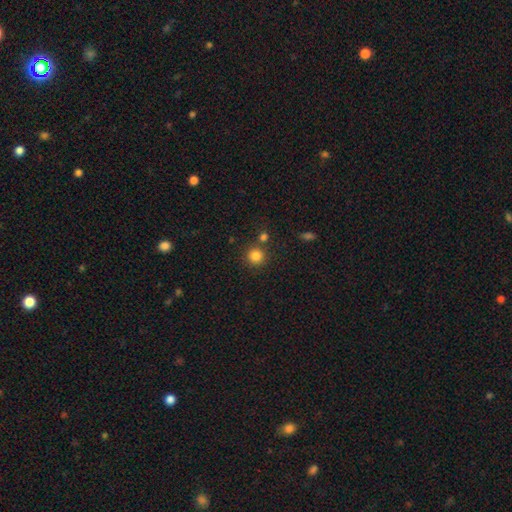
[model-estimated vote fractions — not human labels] Smooth or featured? Predicted: smooth (p=0.83). How rounded? Predicted: round (p=0.93). Merging? Predicted: none (p=0.79).